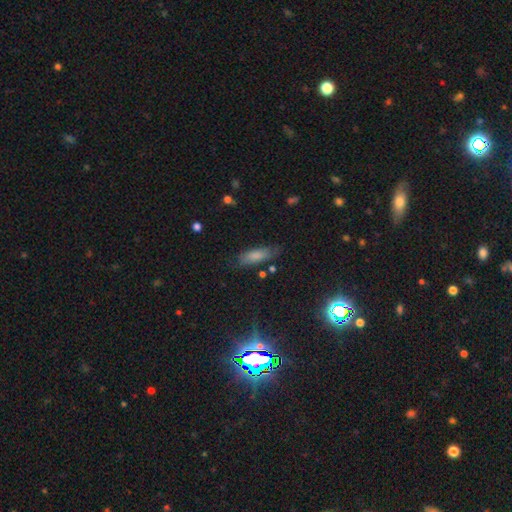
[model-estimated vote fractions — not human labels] Q: Smooth or featured?
A: smooth (76%); runner-up: featured or disk (14%)
Q: How rounded?
A: in between (60%); runner-up: cigar-shaped (38%)
Q: Merging?
A: none (74%); runner-up: minor disturbance (19%)